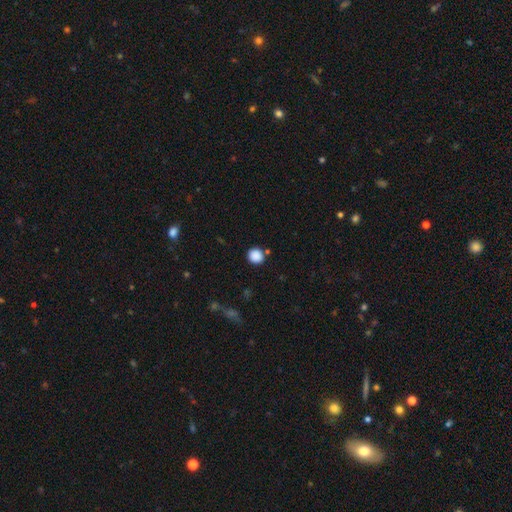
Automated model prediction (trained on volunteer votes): Smooth or featured?
  - smooth: 87% *
  - star or artifact: 10%
  - featured or disk: 3%
How rounded?
  - round: 89% *
  - in between: 10%
  - cigar-shaped: 1%
Merging?
  - none: 84% *
  - minor disturbance: 8%
  - merger: 5%
  - major disturbance: 3%